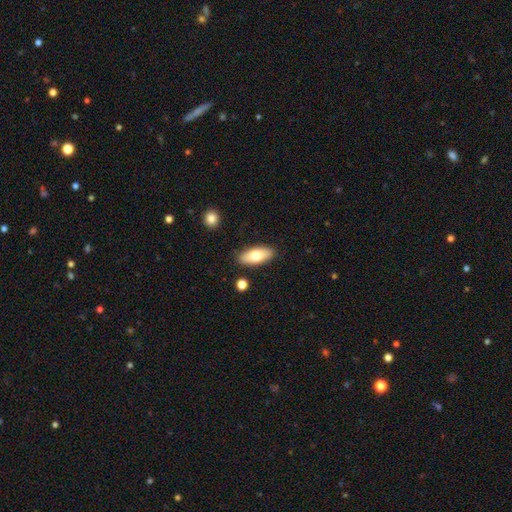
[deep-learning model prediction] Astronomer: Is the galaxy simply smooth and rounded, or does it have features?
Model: smooth — 73%.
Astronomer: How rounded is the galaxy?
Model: in between — 84%.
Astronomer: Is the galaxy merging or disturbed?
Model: none — 87%.